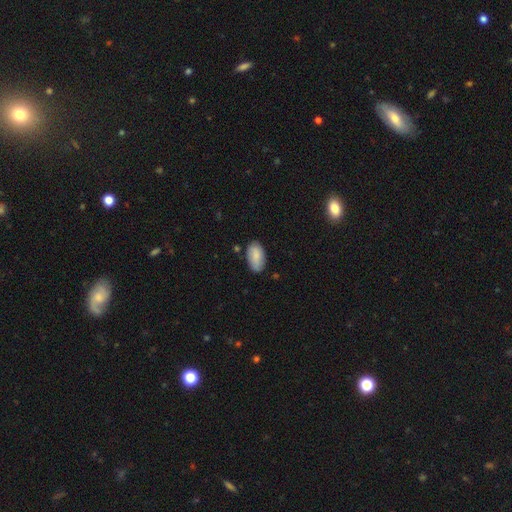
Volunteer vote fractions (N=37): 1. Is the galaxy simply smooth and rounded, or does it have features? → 86% smooth, 8% featured or disk, 5% star or artifact.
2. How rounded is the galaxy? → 97% in between, 3% round, 0% cigar-shaped.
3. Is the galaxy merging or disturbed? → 74% none, 23% minor disturbance, 3% merger, 0% major disturbance.